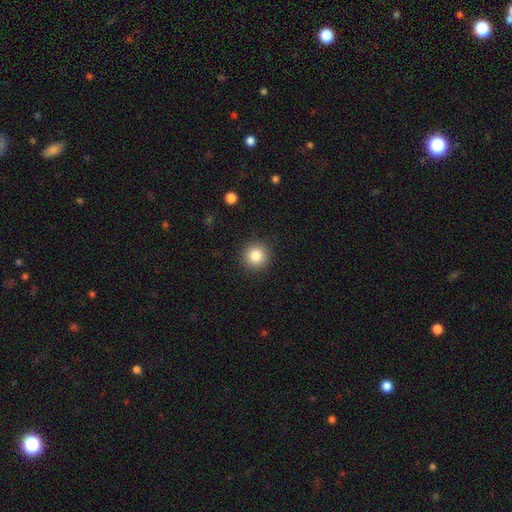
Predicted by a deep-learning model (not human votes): A smooth galaxy with no disk features (84%) that is round (95%).

Vote fractions:
- Smooth or featured? smooth: 84% / star or artifact: 10% / featured or disk: 6%
- How rounded? round: 95% / in between: 5% / cigar-shaped: 1%
- Merging? none: 91% / minor disturbance: 6% / major disturbance: 2% / merger: 1%